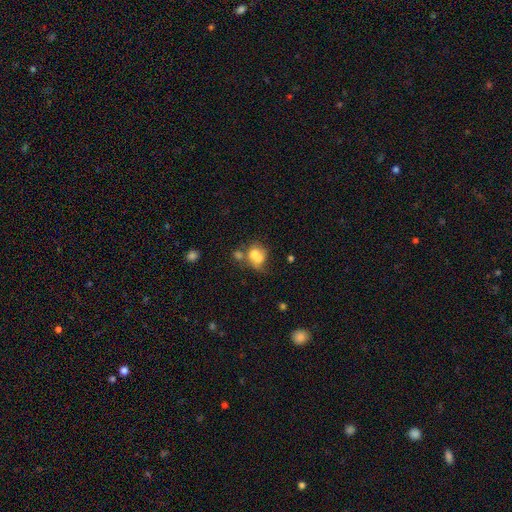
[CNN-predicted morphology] This is likely a smooth galaxy (67%). How rounded: possibly round (59%). Merging: possibly merger (56%).